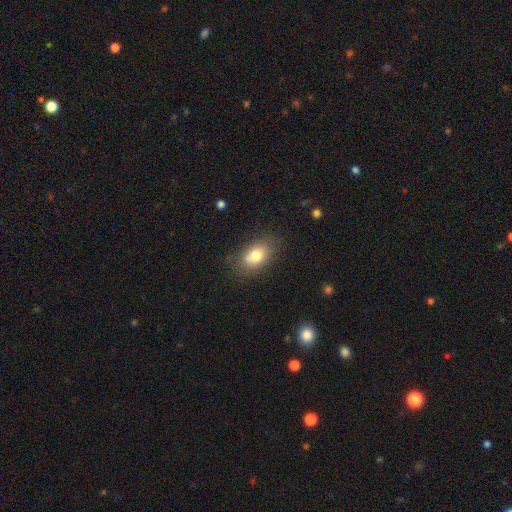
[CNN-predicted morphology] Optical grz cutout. It shows a smooth galaxy with no disk features (77%) that is in between round and cigar-shaped (83%). Merging: none (71%).